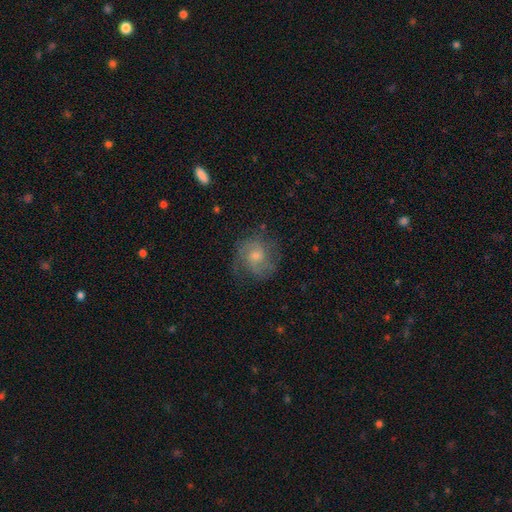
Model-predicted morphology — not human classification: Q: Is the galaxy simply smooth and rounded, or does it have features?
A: featured or disk — 69%.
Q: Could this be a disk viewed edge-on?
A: no — 97%.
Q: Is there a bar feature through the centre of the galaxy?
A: no — 71%.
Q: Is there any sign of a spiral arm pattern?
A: yes — 91%.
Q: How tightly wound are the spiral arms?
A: medium — 43%.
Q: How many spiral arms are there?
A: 2 — 46%.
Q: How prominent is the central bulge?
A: small — 50%.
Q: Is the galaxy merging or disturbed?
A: none — 70%.